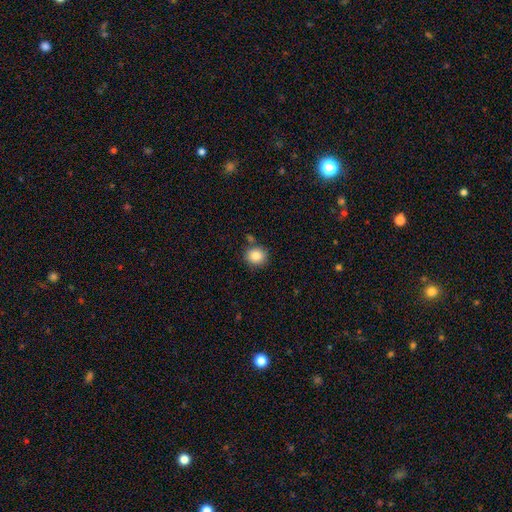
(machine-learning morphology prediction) Smooth or featured: smooth — 86% (star or artifact — 9%)
How rounded: round — 82% (in between — 17%)
Merging: none — 81% (minor disturbance — 10%)